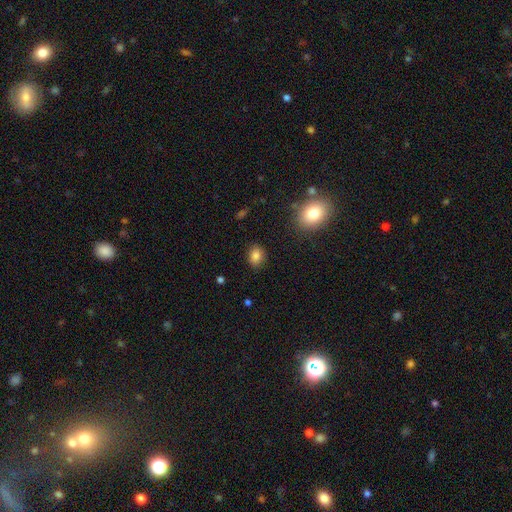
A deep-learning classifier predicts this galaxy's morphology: Smooth or featured?
  - smooth: 83% *
  - star or artifact: 11%
  - featured or disk: 6%
How rounded?
  - in between: 51% *
  - round: 48%
  - cigar-shaped: 1%
Merging?
  - none: 86% *
  - minor disturbance: 10%
  - major disturbance: 3%
  - merger: 1%